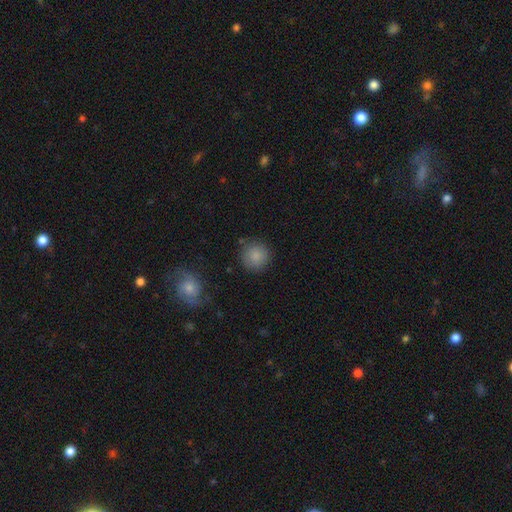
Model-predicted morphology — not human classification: This appears to be a smooth galaxy with no disk features (86%) that is round (93%). Merging: none (86%).